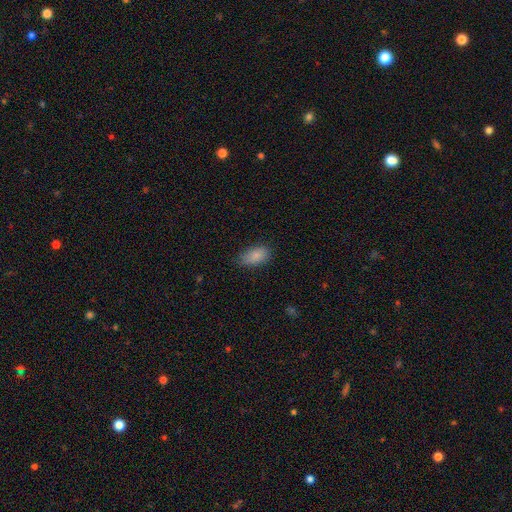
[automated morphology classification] This is clearly a smooth galaxy (85%). How rounded: clearly in between (92%). Merging: likely none (73%).